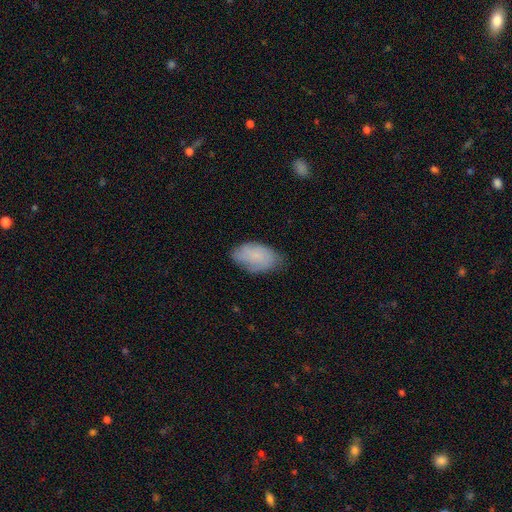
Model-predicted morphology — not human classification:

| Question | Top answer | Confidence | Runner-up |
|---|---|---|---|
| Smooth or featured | smooth | 72% | featured or disk (20%) |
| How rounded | in between | 93% | round (5%) |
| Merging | none | 67% | minor disturbance (26%) |